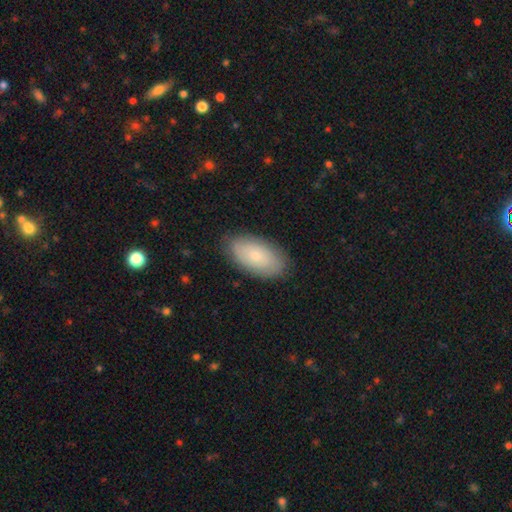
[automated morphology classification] Smooth or featured?
  - smooth: 70% *
  - featured or disk: 24%
  - star or artifact: 6%
How rounded?
  - in between: 94% *
  - round: 3%
  - cigar-shaped: 3%
Merging?
  - none: 84% *
  - minor disturbance: 12%
  - major disturbance: 3%
  - merger: 1%